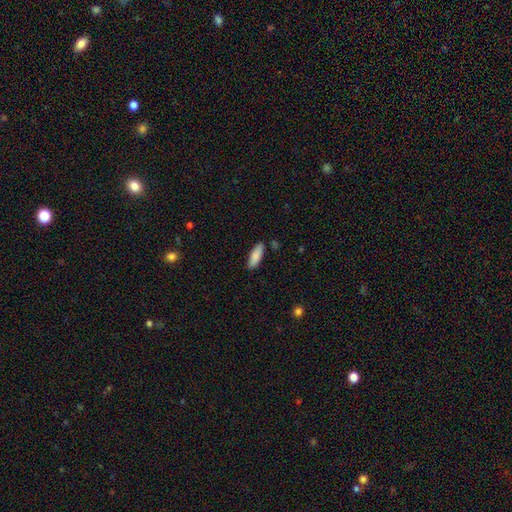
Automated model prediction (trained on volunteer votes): A smooth galaxy with no disk features (87%) that is in between round and cigar-shaped (61%).

Vote fractions:
- Smooth or featured? smooth: 87% / featured or disk: 8% / star or artifact: 6%
- How rounded? in between: 61% / cigar-shaped: 37% / round: 2%
- Merging? none: 85% / minor disturbance: 11% / merger: 2% / major disturbance: 2%